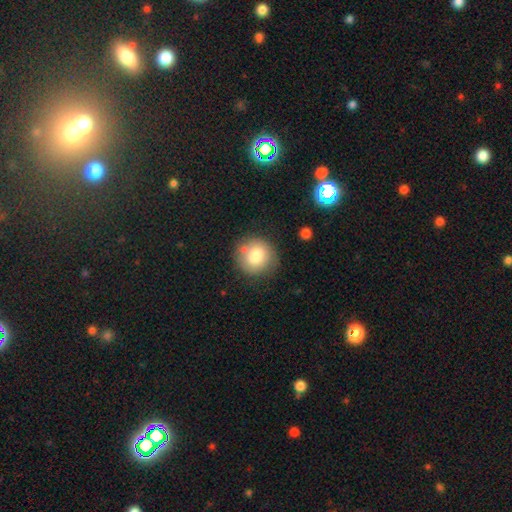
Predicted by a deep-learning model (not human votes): Smooth or featured? Predicted: smooth (p=0.77). How rounded? Predicted: round (p=0.91). Merging? Predicted: none (p=0.76).